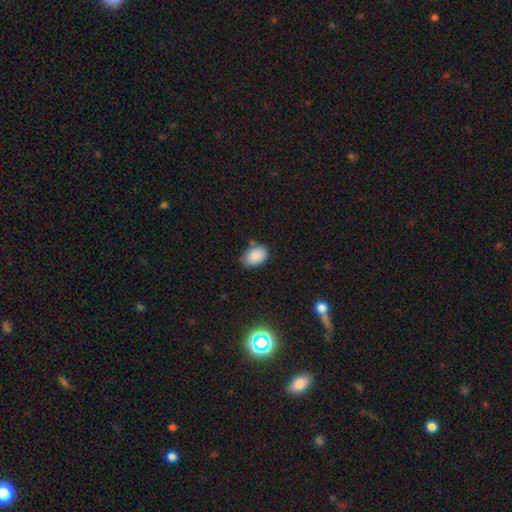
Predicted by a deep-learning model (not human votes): Smooth or featured: smooth — 87% (star or artifact — 8%)
How rounded: in between — 90% (round — 9%)
Merging: none — 71% (minor disturbance — 21%)